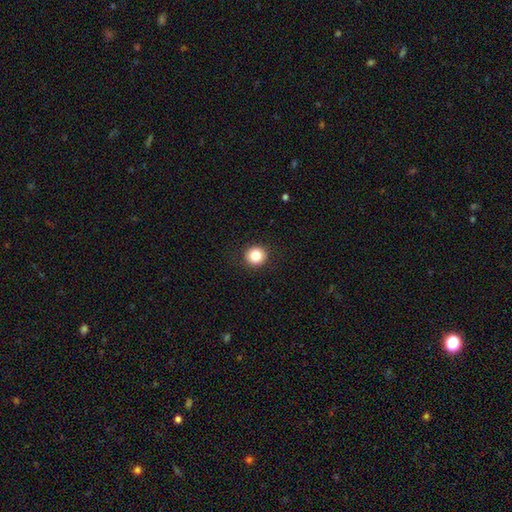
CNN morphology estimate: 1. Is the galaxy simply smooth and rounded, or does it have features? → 84% smooth, 10% star or artifact, 6% featured or disk.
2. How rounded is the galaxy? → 92% round, 7% in between, 1% cigar-shaped.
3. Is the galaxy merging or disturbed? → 92% none, 5% minor disturbance, 2% major disturbance, 1% merger.